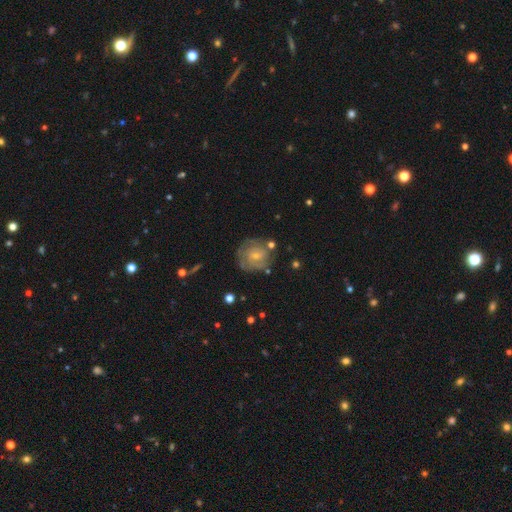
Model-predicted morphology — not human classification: A featured or disk galaxy (60%) with no bar (60%), spiral arms (75%) and a small central bulge (68%).

Vote fractions:
- Smooth or featured? featured or disk: 60% / smooth: 32% / star or artifact: 7%
- Edge-on disk? no: 97% / yes: 3%
- Bar? no: 60% / weak: 35% / strong: 5%
- Spiral arms? yes: 75% / no: 25%
- Bulge size? small: 68% / moderate: 26% / none: 4% / large: 1% / dominant: 1%
- Merging? none: 65% / minor disturbance: 20% / major disturbance: 10% / merger: 5%